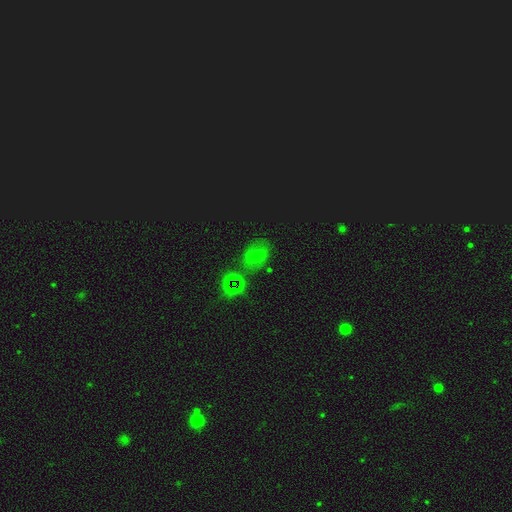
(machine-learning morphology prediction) Smooth or featured?
  - star or artifact: 45% *
  - smooth: 35%
  - featured or disk: 21%